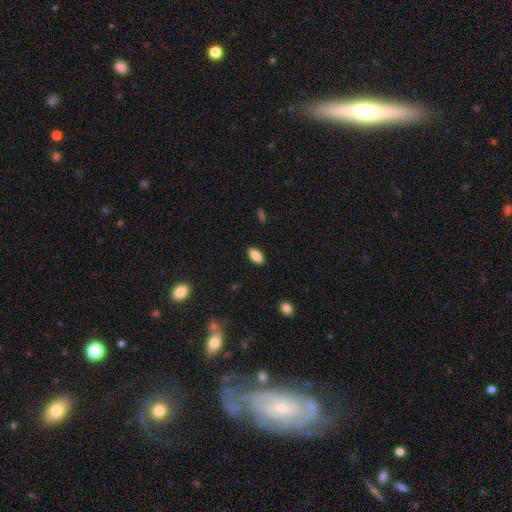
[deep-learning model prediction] Smooth or featured?
  - smooth: 87% *
  - star or artifact: 7%
  - featured or disk: 6%
How rounded?
  - in between: 90% *
  - cigar-shaped: 8%
  - round: 3%
Merging?
  - none: 89% *
  - minor disturbance: 8%
  - major disturbance: 2%
  - merger: 1%